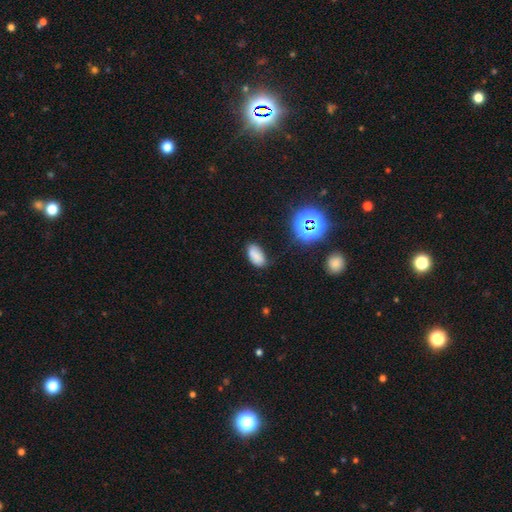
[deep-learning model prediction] smooth-or-featured: smooth: 77% | star or artifact: 16% | featured or disk: 7%
  how-rounded: in between: 93% | round: 4% | cigar-shaped: 3%
  merging: none: 76% | minor disturbance: 18% | major disturbance: 4% | merger: 2%